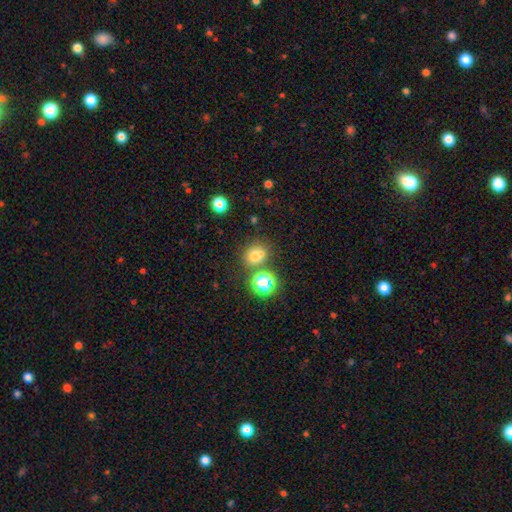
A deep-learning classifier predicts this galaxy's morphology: Smooth or featured?
  - smooth: 69% *
  - star or artifact: 21%
  - featured or disk: 9%
How rounded?
  - round: 71% *
  - in between: 28%
  - cigar-shaped: 1%
Merging?
  - none: 57% *
  - merger: 27%
  - minor disturbance: 11%
  - major disturbance: 5%